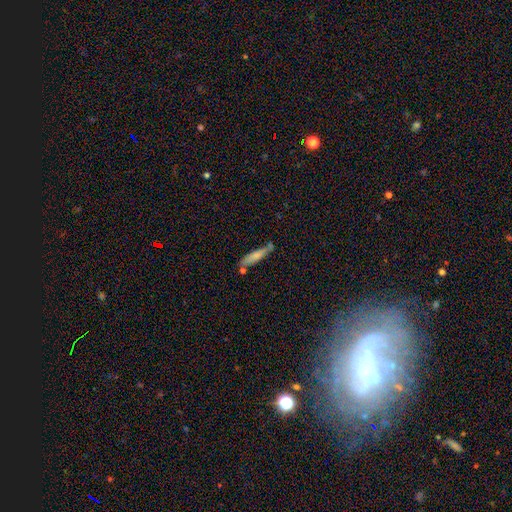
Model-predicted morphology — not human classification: Smooth or featured? Predicted: smooth (p=0.71). How rounded? Predicted: cigar-shaped (p=0.82). Merging? Predicted: none (p=0.65).